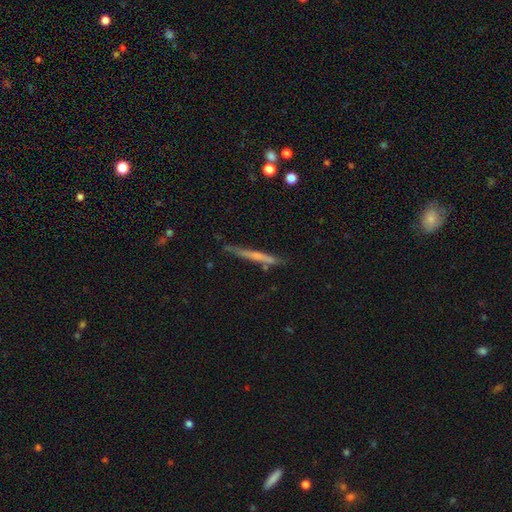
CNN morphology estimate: featured or disk 47%, smooth 46%, star or artifact 7%. Down the decision tree: merging — none (78%).